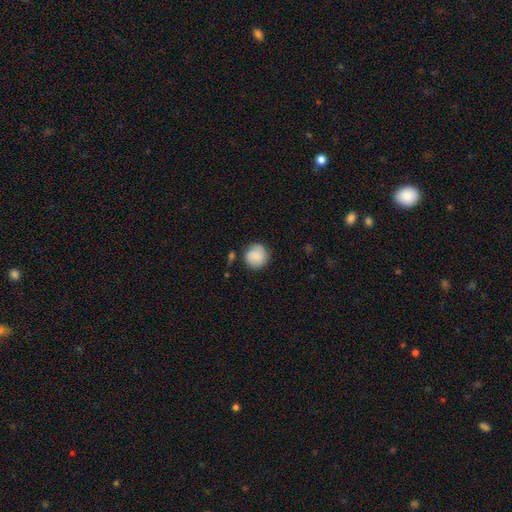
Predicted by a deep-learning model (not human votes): This appears to be a smooth galaxy with no disk features (84%) that is round (92%). Merging: none (77%).